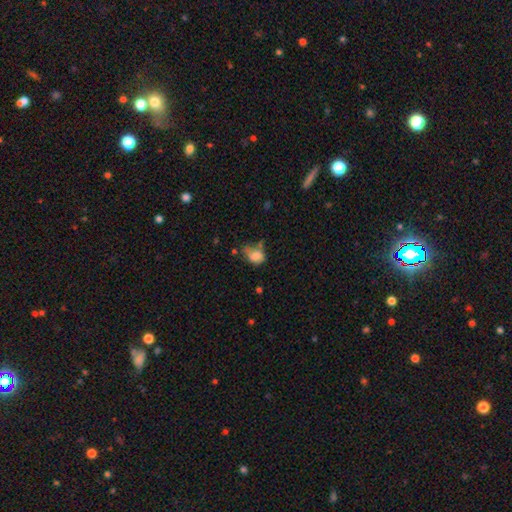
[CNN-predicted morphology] type=smooth (75%); roundness=in between (62%); merging=minor disturbance (32%).